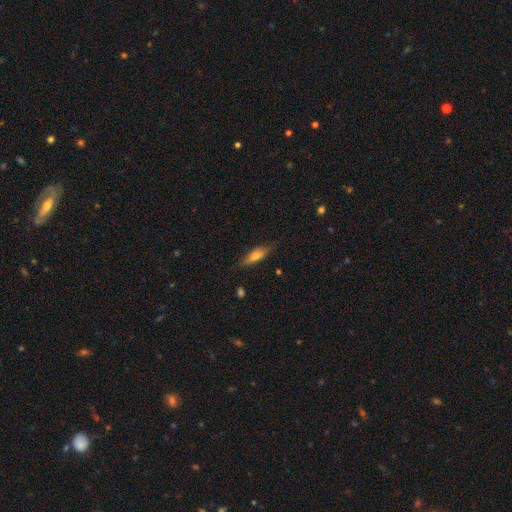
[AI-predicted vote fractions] Smooth or featured: smooth — 56% (featured or disk — 37%)
How rounded: cigar-shaped — 51% (in between — 46%)
Merging: none — 77% (minor disturbance — 18%)